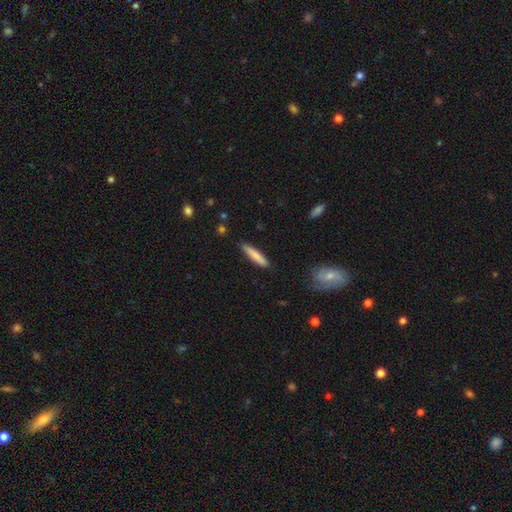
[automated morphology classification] This is likely a smooth galaxy (79%). How rounded: clearly cigar-shaped (89%). Merging: clearly none (87%).